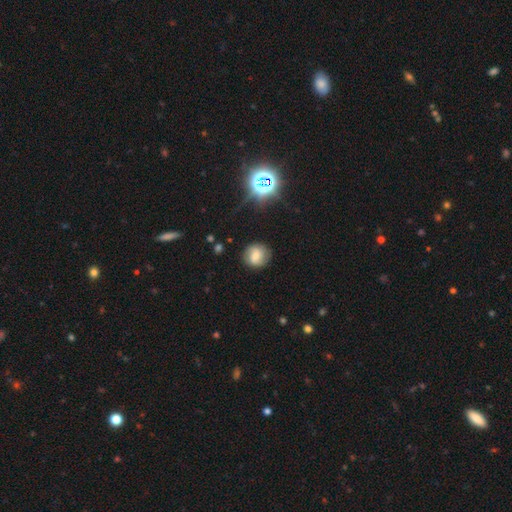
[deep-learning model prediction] The model was most divided on "smooth or featured": smooth: 48%, featured or disk: 39%, star or artifact: 13%. More confident: merging — none (82%).